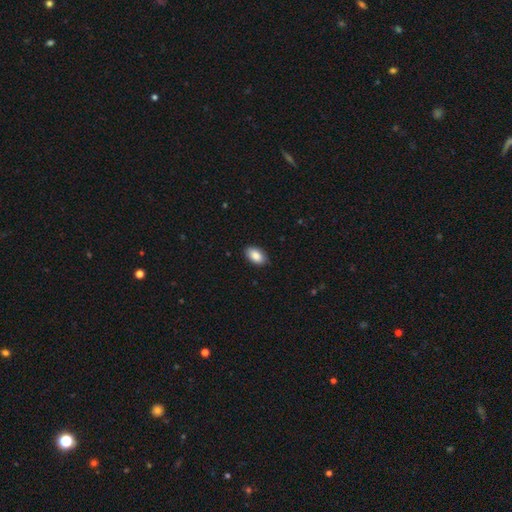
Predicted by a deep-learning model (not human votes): smooth-or-featured: smooth: 88% | star or artifact: 7% | featured or disk: 6%
  how-rounded: in between: 93% | round: 5% | cigar-shaped: 2%
  merging: none: 87% | minor disturbance: 11% | major disturbance: 2% | merger: 1%